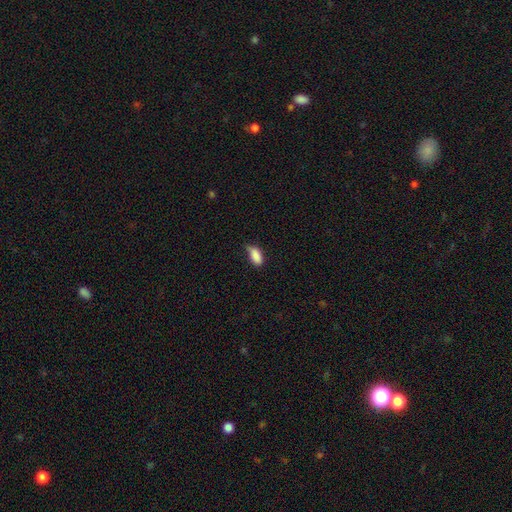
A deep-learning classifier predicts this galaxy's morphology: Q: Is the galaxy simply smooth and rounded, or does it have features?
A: smooth — 87%.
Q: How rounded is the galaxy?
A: in between — 89%.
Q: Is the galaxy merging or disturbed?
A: none — 51%.